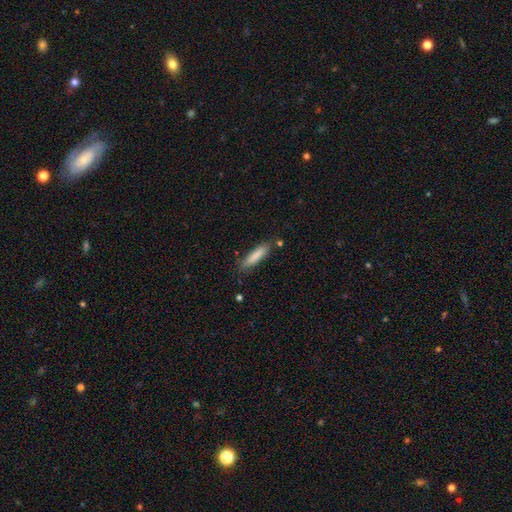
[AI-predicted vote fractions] Smooth or featured?
  - smooth: 83% *
  - featured or disk: 11%
  - star or artifact: 6%
How rounded?
  - cigar-shaped: 79% *
  - in between: 20%
  - round: 1%
Merging?
  - none: 81% *
  - minor disturbance: 13%
  - merger: 3%
  - major disturbance: 3%